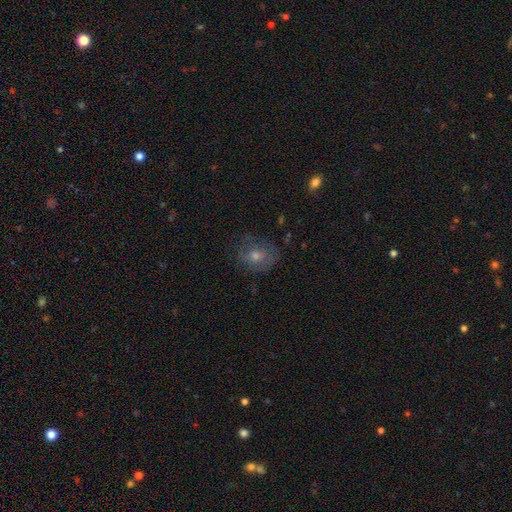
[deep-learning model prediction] Q: Smooth or featured?
A: smooth (48%); runner-up: featured or disk (36%)
Q: Merging?
A: none (70%); runner-up: minor disturbance (20%)